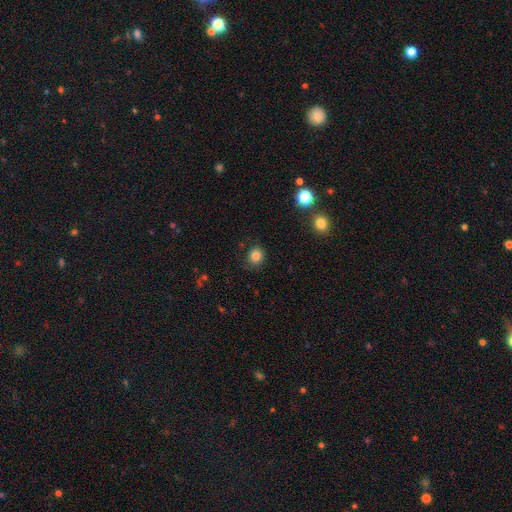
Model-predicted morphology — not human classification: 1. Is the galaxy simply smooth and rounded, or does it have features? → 82% smooth, 12% star or artifact, 6% featured or disk.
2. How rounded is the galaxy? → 84% round, 16% in between, 1% cigar-shaped.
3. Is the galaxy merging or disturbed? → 84% none, 12% minor disturbance, 3% major disturbance, 2% merger.